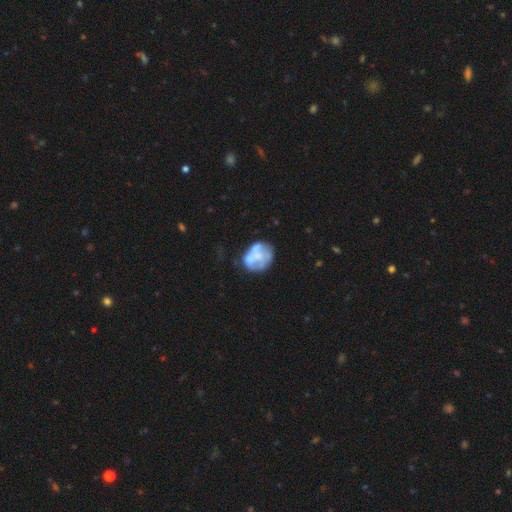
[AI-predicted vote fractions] Q: Smooth or featured?
A: featured or disk (51%); runner-up: smooth (41%)
Q: Edge-on disk?
A: no (98%); runner-up: yes (2%)
Q: Merging?
A: none (43%); runner-up: minor disturbance (25%)